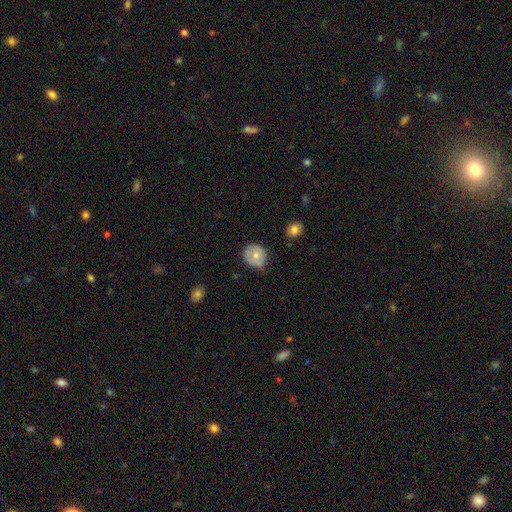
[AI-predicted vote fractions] Smooth or featured?
  - smooth: 69% *
  - featured or disk: 23%
  - star or artifact: 8%
How rounded?
  - round: 79% *
  - in between: 20%
  - cigar-shaped: 1%
Merging?
  - none: 60% *
  - minor disturbance: 32%
  - major disturbance: 6%
  - merger: 2%